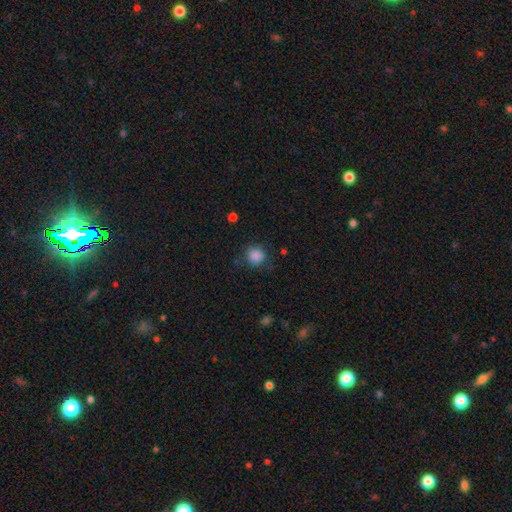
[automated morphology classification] smooth 86%, star or artifact 10%, featured or disk 4%. Down the decision tree: how rounded — round (85%); merging — none (74%).